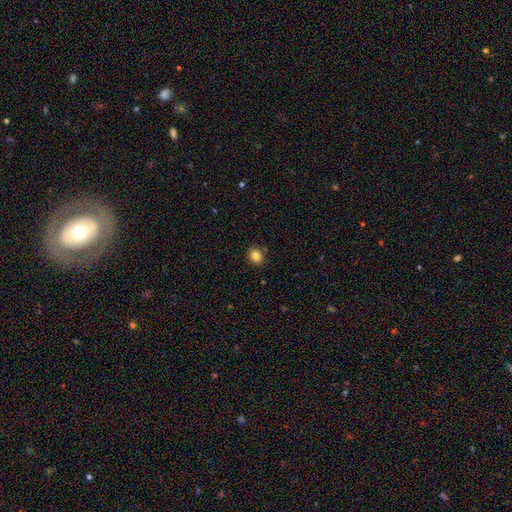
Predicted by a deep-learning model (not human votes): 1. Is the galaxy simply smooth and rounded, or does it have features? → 85% smooth, 10% star or artifact, 5% featured or disk.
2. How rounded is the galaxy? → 50% in between, 49% round, 1% cigar-shaped.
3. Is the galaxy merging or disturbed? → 84% none, 11% minor disturbance, 3% major disturbance, 2% merger.